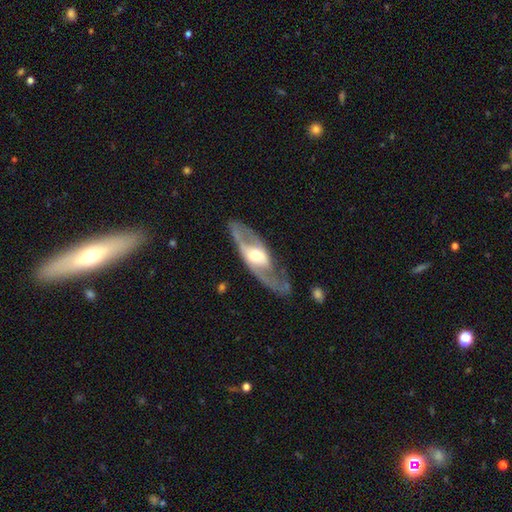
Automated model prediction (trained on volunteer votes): A featured or disk galaxy (80%) with no bar (42%), spiral arms (72%) and a moderate central bulge (61%). Merging: none (72%).